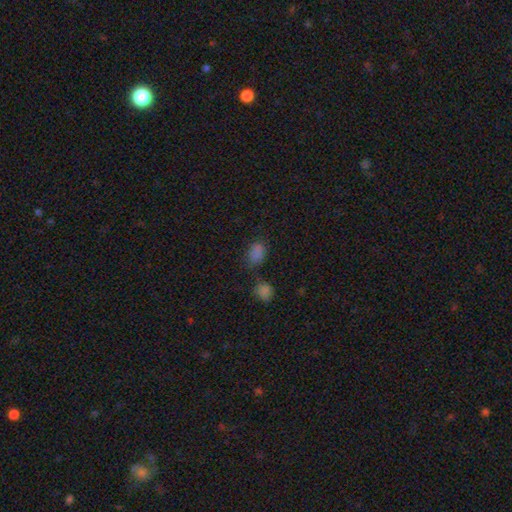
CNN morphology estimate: Smooth or featured? Predicted: smooth (p=0.72). How rounded? Predicted: in between (p=0.72). Merging? Predicted: none (p=0.58).